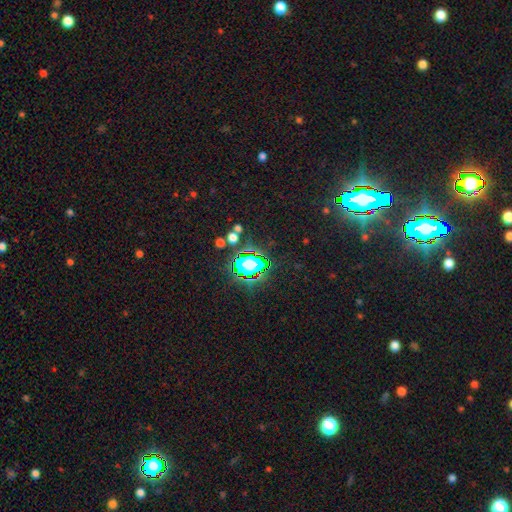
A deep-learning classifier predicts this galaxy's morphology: Q: Smooth or featured?
A: star or artifact (84%); runner-up: smooth (10%)